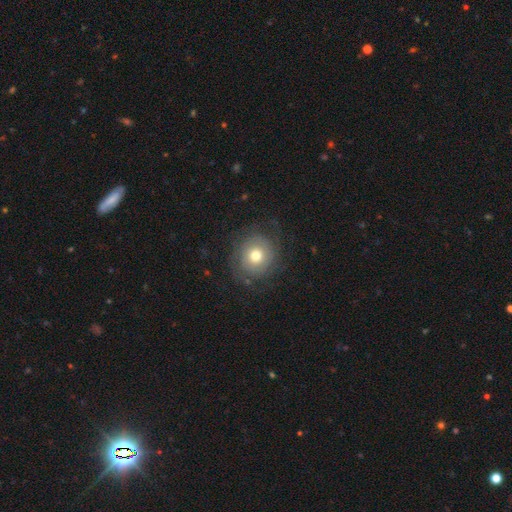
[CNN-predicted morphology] This appears to be a smooth galaxy with no disk features (53%) that is round (87%). Merging: none (75%).